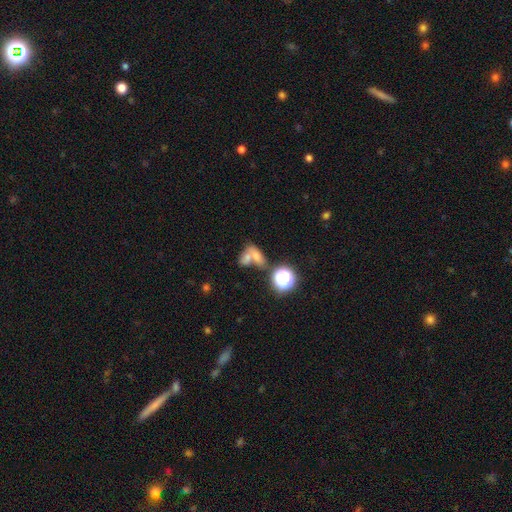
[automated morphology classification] smooth 65%, star or artifact 19%, featured or disk 16%. Down the decision tree: how rounded — in between (74%); merging — merger (60%).